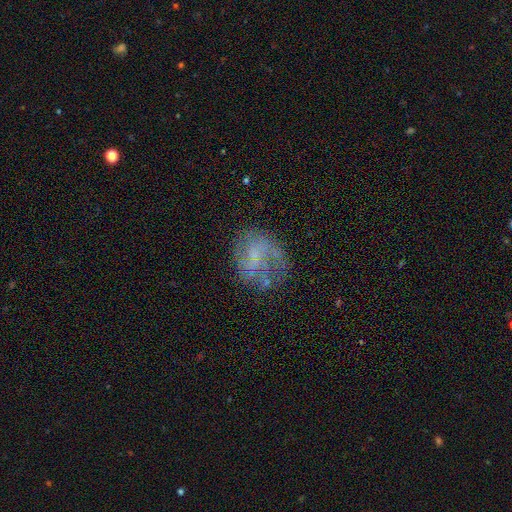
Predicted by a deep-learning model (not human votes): Smooth or featured? Predicted: featured or disk (p=0.57). Edge-on disk? Predicted: no (p=0.98). Bar? Predicted: no (p=0.71). Spiral arms? Predicted: yes (p=0.51). Bulge size? Predicted: small (p=0.48). Merging? Predicted: none (p=0.55).